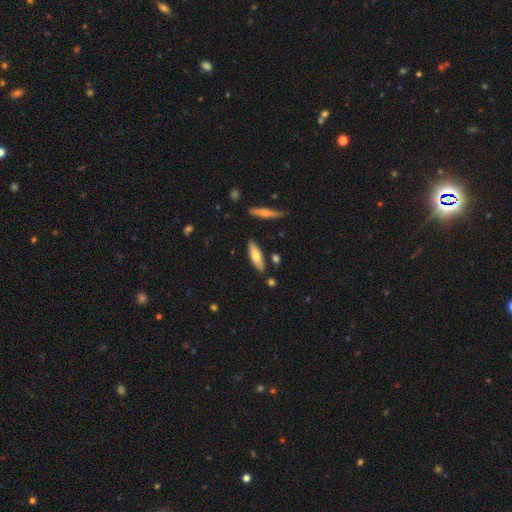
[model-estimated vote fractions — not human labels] This appears to be a smooth galaxy with no disk features (64%) that is cigar-shaped (53%). Merging: none (83%).